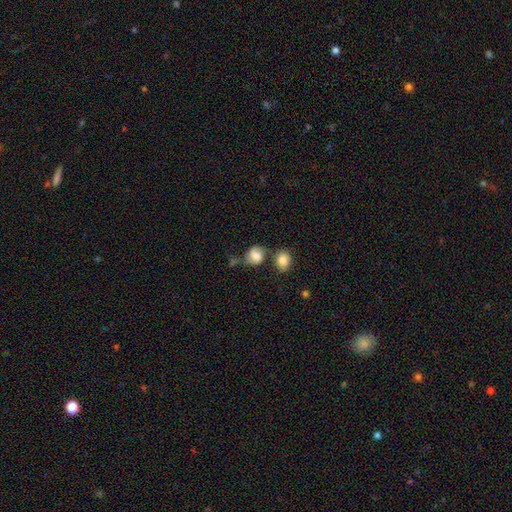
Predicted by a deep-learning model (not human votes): The model was most divided on "how rounded": round: 56%, in between: 43%, cigar-shaped: 1%. Remaining: smooth or featured — smooth (73%); merging — none (47%).